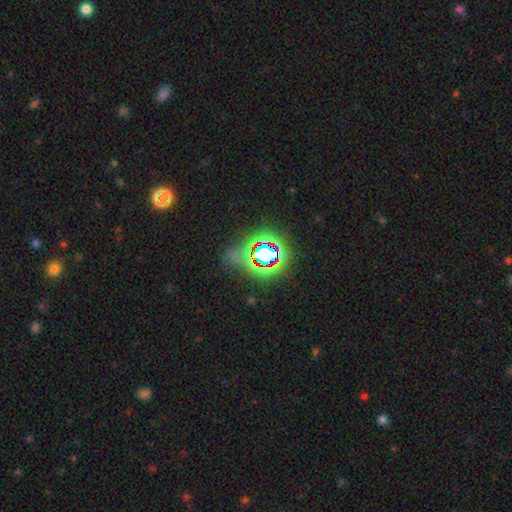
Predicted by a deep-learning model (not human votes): This is likely a star or artifact rather than a galaxy (77%).